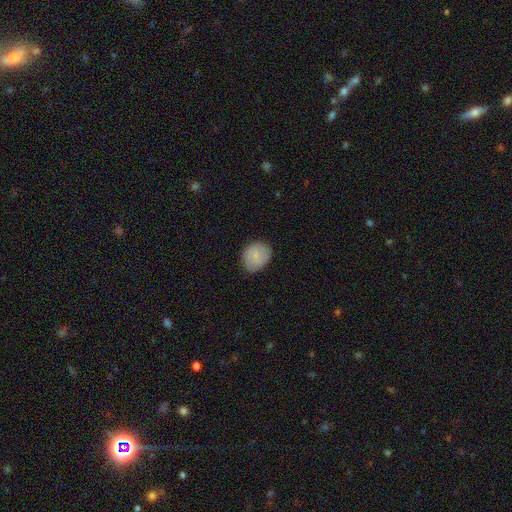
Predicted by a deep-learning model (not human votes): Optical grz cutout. It shows a smooth galaxy with no disk features (79%) that is round (58%). Merging: none (77%).